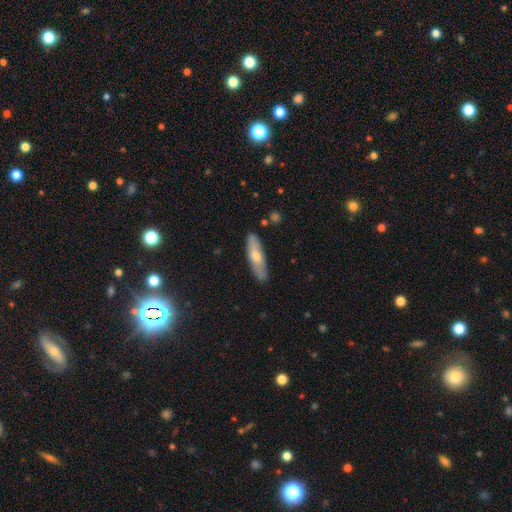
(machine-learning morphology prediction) This appears to be a smooth galaxy with no disk features (55%) that is cigar-shaped (65%). Merging: none (87%).